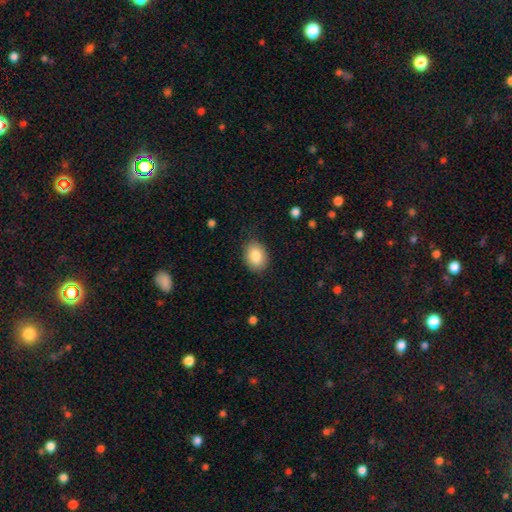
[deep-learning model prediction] Smooth or featured? Predicted: smooth (p=0.84). How rounded? Predicted: in between (p=0.64). Merging? Predicted: none (p=0.83).